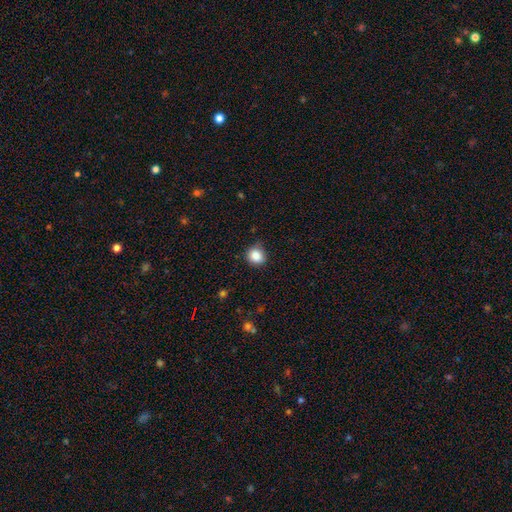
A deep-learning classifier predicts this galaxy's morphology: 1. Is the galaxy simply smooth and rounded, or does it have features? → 86% smooth, 10% star or artifact, 4% featured or disk.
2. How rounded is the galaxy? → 83% round, 16% in between, 1% cigar-shaped.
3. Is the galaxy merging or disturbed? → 82% none, 14% minor disturbance, 3% major disturbance, 1% merger.